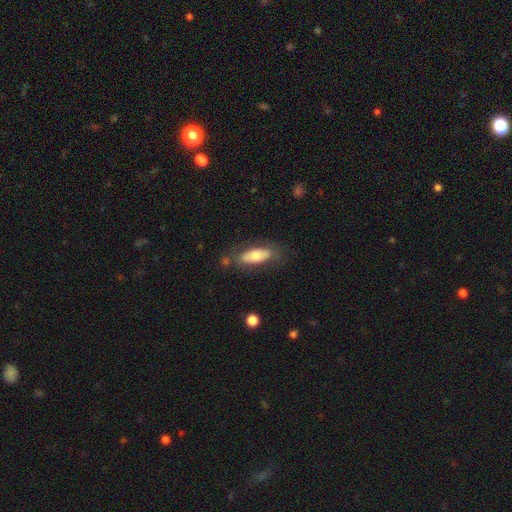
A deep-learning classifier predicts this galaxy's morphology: smooth_or_featured: smooth (p=0.64) [alt: featured or disk p=0.29]
how_rounded: in between (p=0.72) [alt: cigar-shaped p=0.25]
merging: none (p=0.71) [alt: minor disturbance p=0.18]